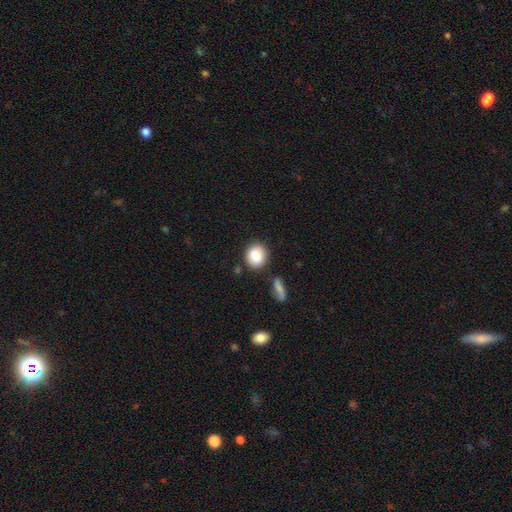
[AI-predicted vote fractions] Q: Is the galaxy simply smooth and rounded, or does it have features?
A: smooth — 83%.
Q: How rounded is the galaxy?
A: round — 71%.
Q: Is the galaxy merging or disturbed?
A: none — 74%.